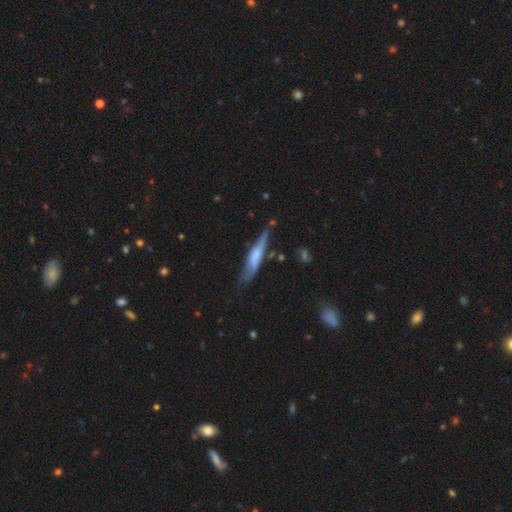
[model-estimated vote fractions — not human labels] Smooth or featured? Predicted: smooth (p=0.49). Merging? Predicted: none (p=0.59).